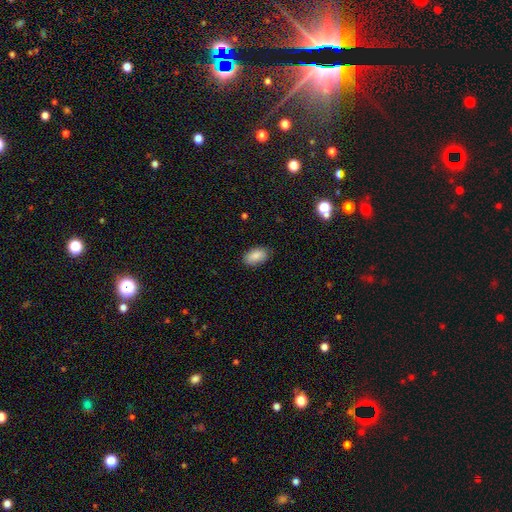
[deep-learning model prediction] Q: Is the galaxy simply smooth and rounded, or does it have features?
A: smooth — 87%.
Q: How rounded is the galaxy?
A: in between — 93%.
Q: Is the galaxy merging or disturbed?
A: none — 85%.